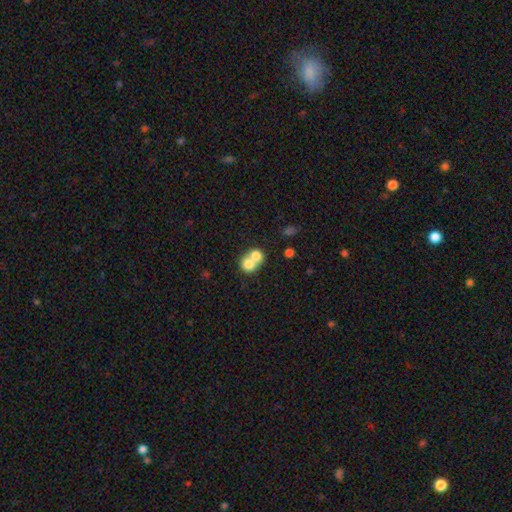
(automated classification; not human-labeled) Smooth or featured? Predicted: smooth (p=0.74). How rounded? Predicted: round (p=0.70). Merging? Predicted: merger (p=0.72).